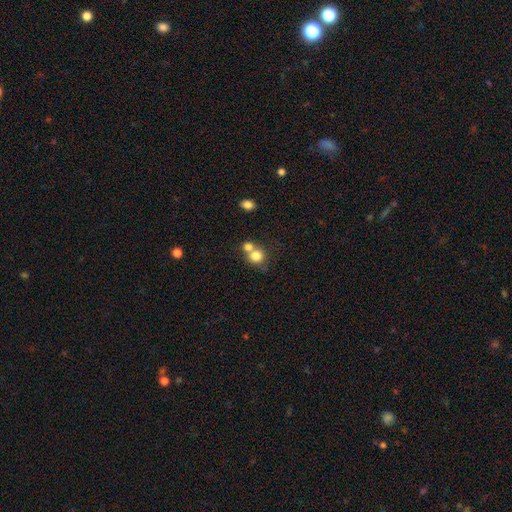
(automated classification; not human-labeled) A smooth galaxy with no disk features (79%) that is round (83%).

Vote fractions:
- Smooth or featured? smooth: 79% / star or artifact: 11% / featured or disk: 10%
- How rounded? round: 83% / in between: 16% / cigar-shaped: 1%
- Merging? merger: 46% / none: 44% / minor disturbance: 7% / major disturbance: 3%